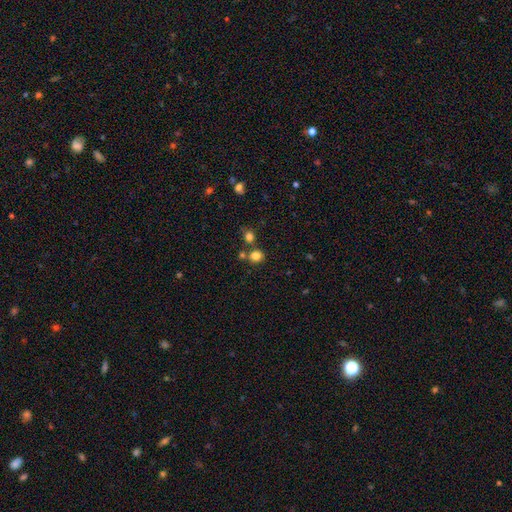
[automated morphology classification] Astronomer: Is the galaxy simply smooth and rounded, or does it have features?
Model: smooth — 80%.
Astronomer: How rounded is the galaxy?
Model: round — 83%.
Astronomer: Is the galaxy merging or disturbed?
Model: none — 68%.